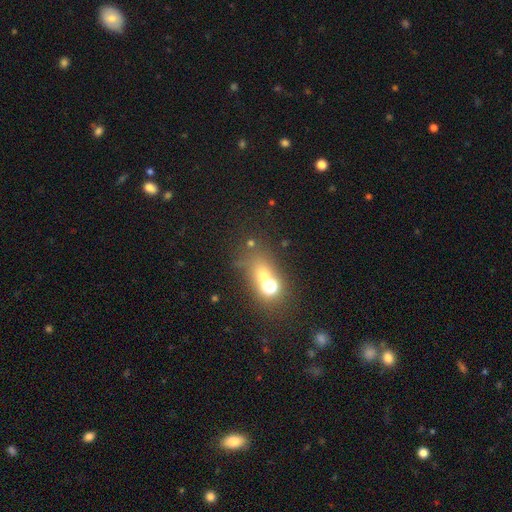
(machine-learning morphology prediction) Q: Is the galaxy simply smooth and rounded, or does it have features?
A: smooth — 53%.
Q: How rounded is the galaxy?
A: in between — 53%.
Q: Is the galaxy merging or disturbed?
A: none — 43%.